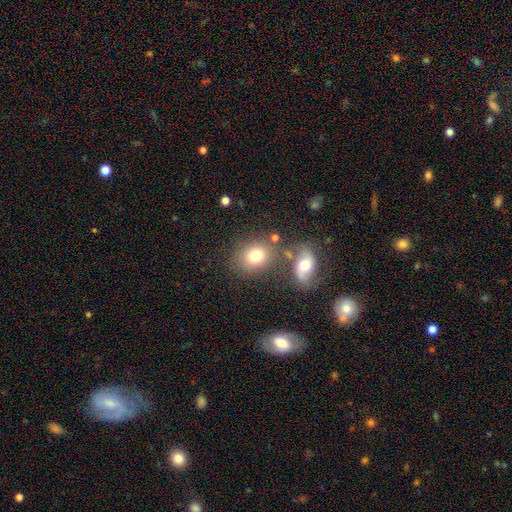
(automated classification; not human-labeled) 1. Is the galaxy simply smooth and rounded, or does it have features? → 76% smooth, 13% featured or disk, 11% star or artifact.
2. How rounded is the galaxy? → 55% round, 44% in between, 1% cigar-shaped.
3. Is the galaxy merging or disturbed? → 68% none, 14% merger, 13% minor disturbance, 5% major disturbance.